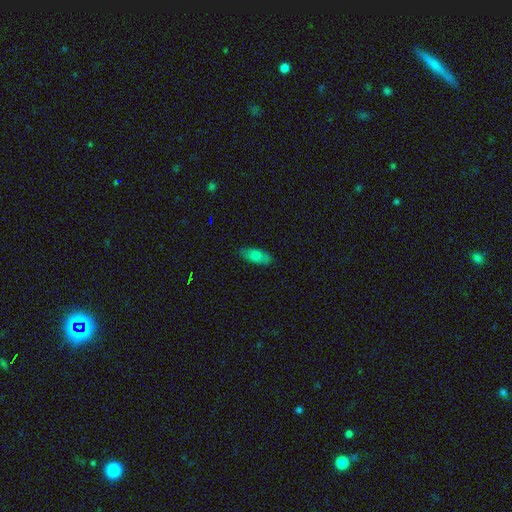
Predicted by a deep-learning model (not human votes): smooth-or-featured: smooth: 76% | featured or disk: 15% | star or artifact: 8%
  how-rounded: in between: 81% | cigar-shaped: 16% | round: 3%
  merging: none: 82% | minor disturbance: 14% | major disturbance: 3% | merger: 1%